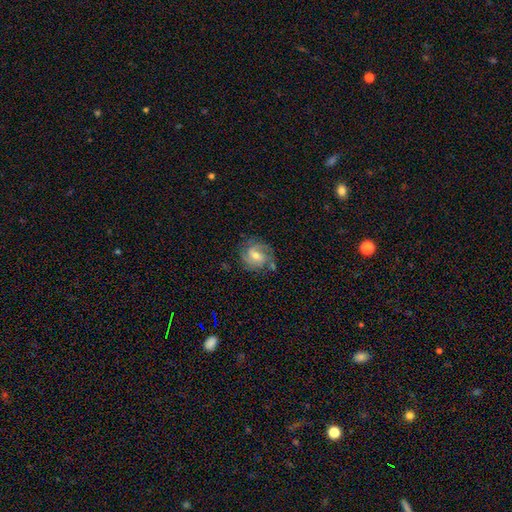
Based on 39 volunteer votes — Smooth or featured?
  - featured or disk: 72% *
  - smooth: 21%
  - star or artifact: 8%
Edge-on disk?
  - no: 100% *
  - yes: 0%
Bar?
  - weak: 46% *
  - no: 43%
  - strong: 11%
Spiral arms?
  - yes: 96% *
  - no: 4%
Spiral winding?
  - medium: 44% *
  - tight: 41%
  - loose: 15%
Spiral arm count?
  - 3: 41% *
  - 2: 33%
  - can't tell: 22%
  - more than 4: 4%
  - 1: 0%
  - 4: 0%
Bulge size?
  - moderate: 68% *
  - small: 25%
  - dominant: 4%
  - large: 4%
  - none: 0%
Merging?
  - none: 50% *
  - minor disturbance: 36%
  - major disturbance: 11%
  - merger: 3%